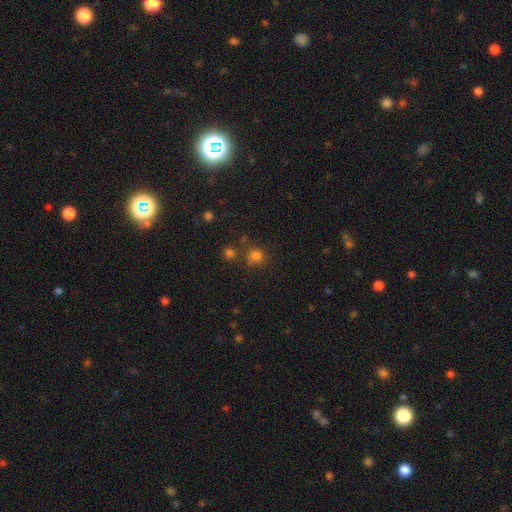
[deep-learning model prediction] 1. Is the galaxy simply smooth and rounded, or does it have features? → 77% smooth, 17% star or artifact, 5% featured or disk.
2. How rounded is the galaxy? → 89% round, 10% in between, 1% cigar-shaped.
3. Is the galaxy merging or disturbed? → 71% none, 12% merger, 12% minor disturbance, 5% major disturbance.